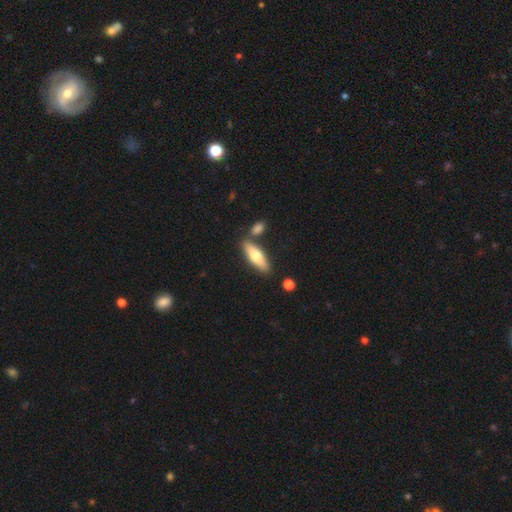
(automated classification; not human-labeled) Q: Smooth or featured?
A: smooth (62%); runner-up: featured or disk (33%)
Q: How rounded?
A: cigar-shaped (53%); runner-up: in between (45%)
Q: Merging?
A: none (76%); runner-up: merger (12%)